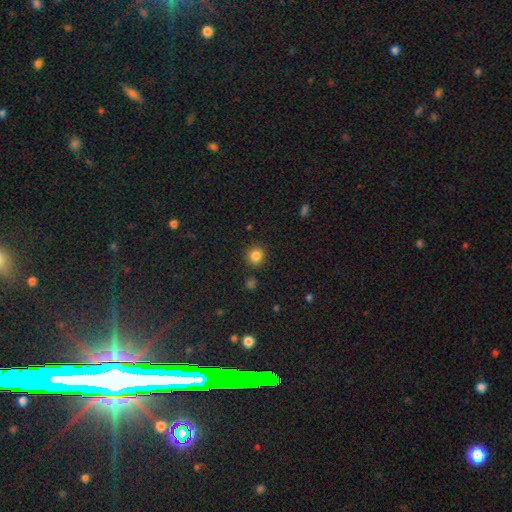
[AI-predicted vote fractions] Smooth or featured? smooth (84%)
How rounded? round (90%)
Merging? none (88%)